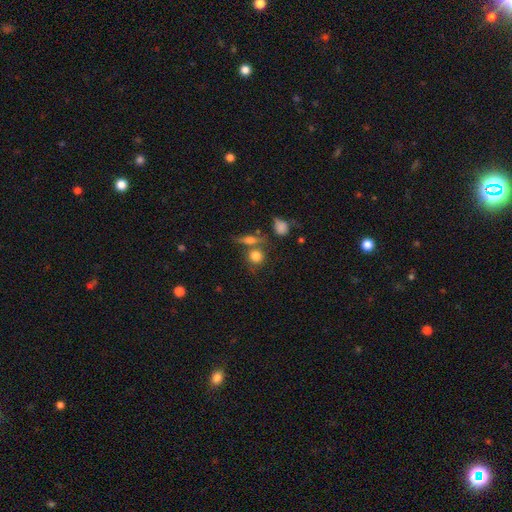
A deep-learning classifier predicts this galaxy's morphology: smooth_or_featured: smooth (p=0.77) [alt: featured or disk p=0.12]
how_rounded: round (p=0.80) [alt: in between p=0.17]
merging: none (p=0.56) [alt: merger p=0.25]